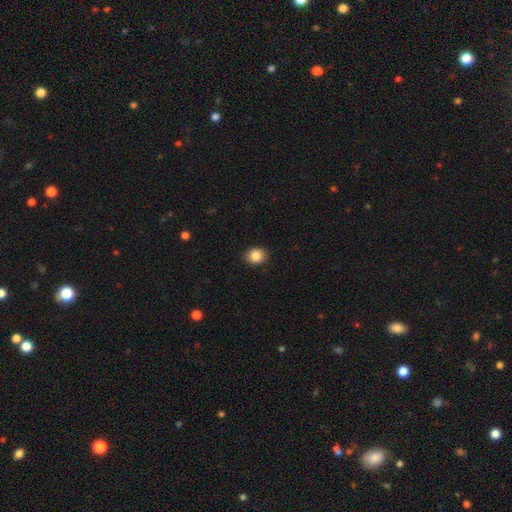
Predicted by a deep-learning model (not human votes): Smooth or featured? Predicted: smooth (p=0.87). How rounded? Predicted: round (p=0.68). Merging? Predicted: none (p=0.88).